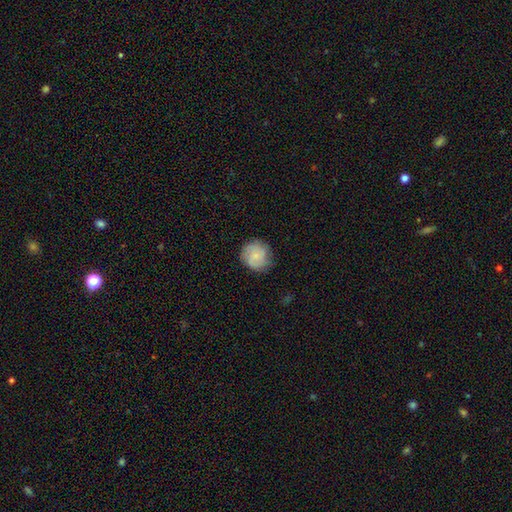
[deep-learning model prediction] Smooth or featured? smooth (66%)
How rounded? round (91%)
Merging? none (78%)